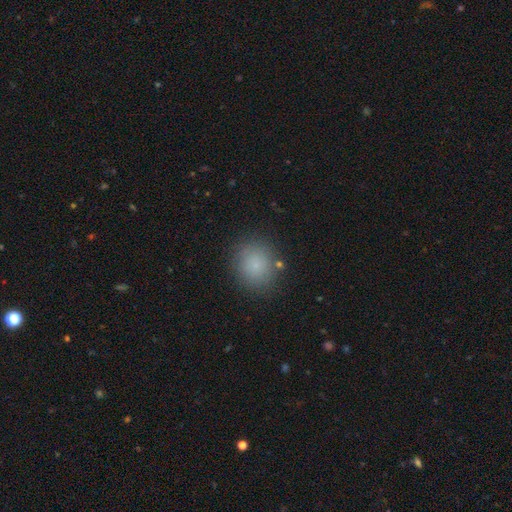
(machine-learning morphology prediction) Smooth or featured: smooth — 79% (star or artifact — 16%)
How rounded: round — 69% (in between — 30%)
Merging: none — 87% (minor disturbance — 8%)